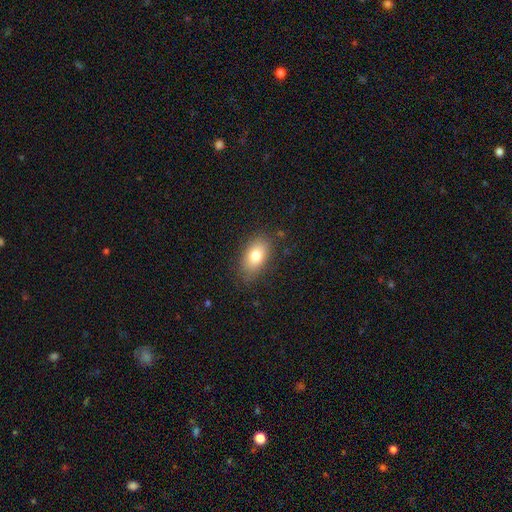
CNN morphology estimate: smooth_or_featured: smooth (p=0.78) [alt: featured or disk p=0.14]
how_rounded: in between (p=0.89) [alt: round p=0.08]
merging: none (p=0.82) [alt: minor disturbance p=0.13]